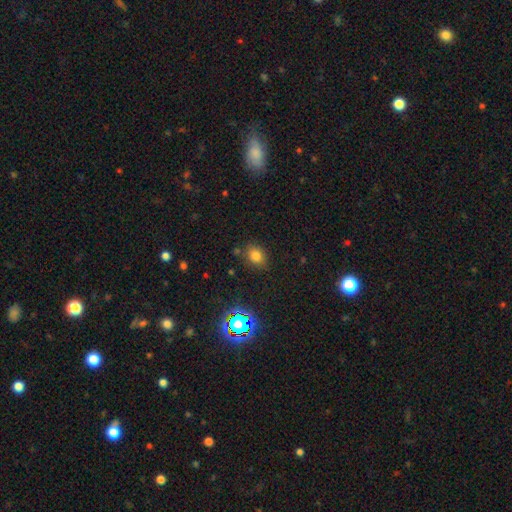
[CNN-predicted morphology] Smooth or featured: smooth — 75% (star or artifact — 18%)
How rounded: in between — 51% (round — 48%)
Merging: none — 79% (minor disturbance — 14%)